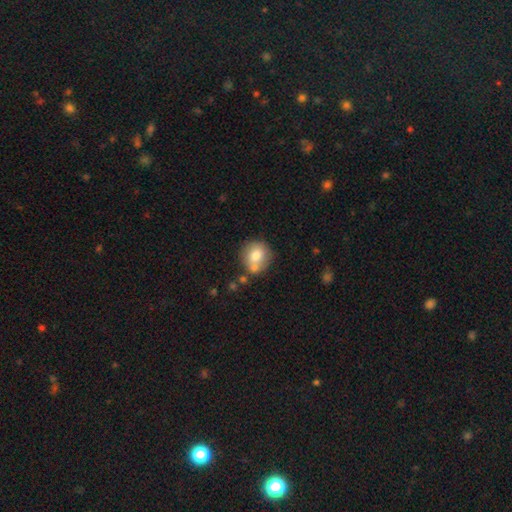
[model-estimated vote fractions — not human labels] Overall: smooth (74%). How rounded: round (85%). Merging: none (58%; merger 23%).